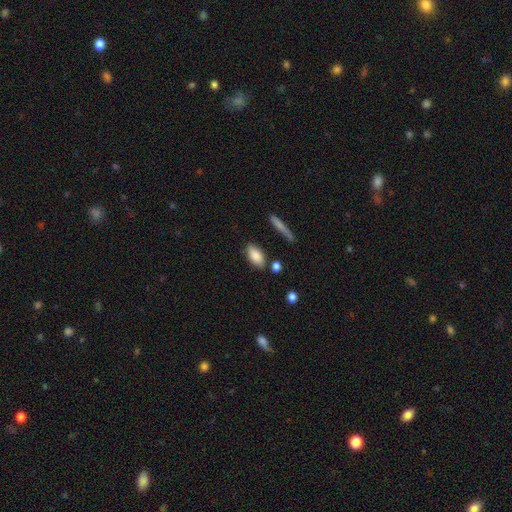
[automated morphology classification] Q: Smooth or featured?
A: smooth (84%); runner-up: featured or disk (9%)
Q: How rounded?
A: in between (88%); runner-up: cigar-shaped (8%)
Q: Merging?
A: none (75%); runner-up: minor disturbance (15%)